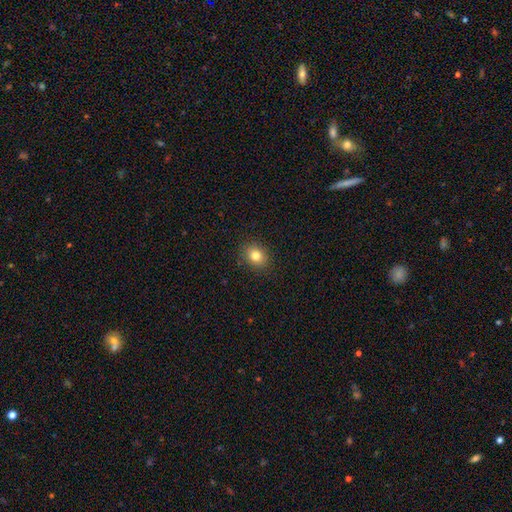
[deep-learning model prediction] Smooth or featured: smooth — 81% (star or artifact — 11%)
How rounded: in between — 50% (round — 49%)
Merging: none — 89% (minor disturbance — 8%)